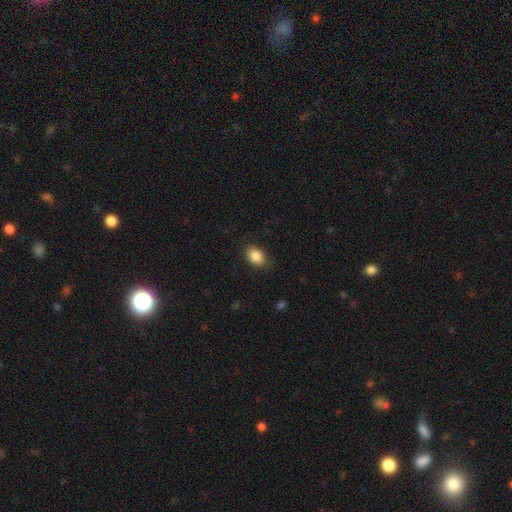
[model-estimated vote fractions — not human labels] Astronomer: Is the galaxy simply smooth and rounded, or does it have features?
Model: smooth — 87%.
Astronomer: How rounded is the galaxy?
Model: in between — 78%.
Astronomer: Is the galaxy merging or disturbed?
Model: none — 83%.